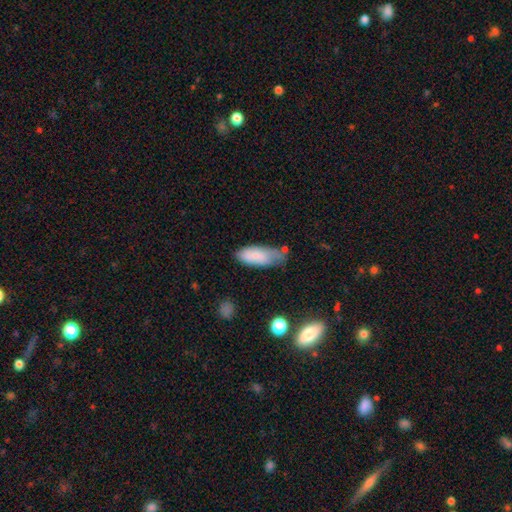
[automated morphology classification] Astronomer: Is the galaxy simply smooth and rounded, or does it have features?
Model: smooth — 76%.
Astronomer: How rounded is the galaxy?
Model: in between — 77%.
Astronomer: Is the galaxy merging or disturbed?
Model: none — 45% (runner-up: minor disturbance, 36%).